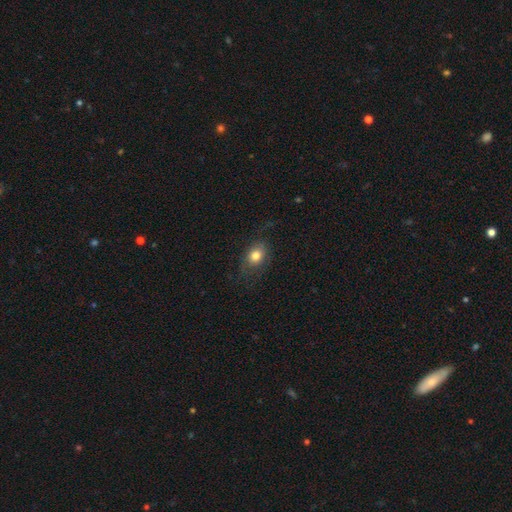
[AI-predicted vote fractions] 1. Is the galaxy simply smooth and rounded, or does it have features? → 75% smooth, 15% featured or disk, 9% star or artifact.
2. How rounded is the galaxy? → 61% in between, 37% round, 2% cigar-shaped.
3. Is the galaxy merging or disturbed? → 69% none, 19% minor disturbance, 10% major disturbance, 1% merger.